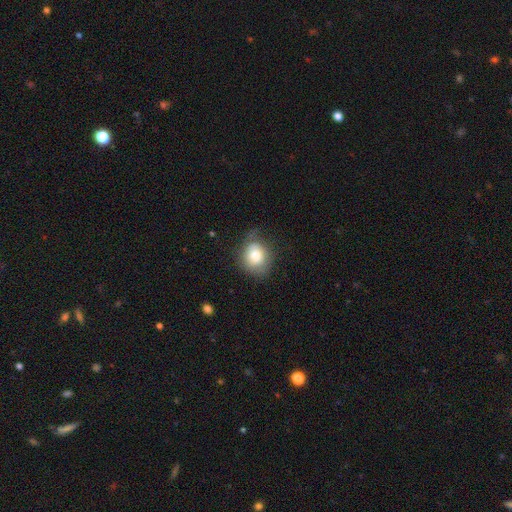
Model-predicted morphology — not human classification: Smooth or featured: smooth — 74% (featured or disk — 17%)
How rounded: round — 74% (in between — 25%)
Merging: none — 57% (minor disturbance — 30%)